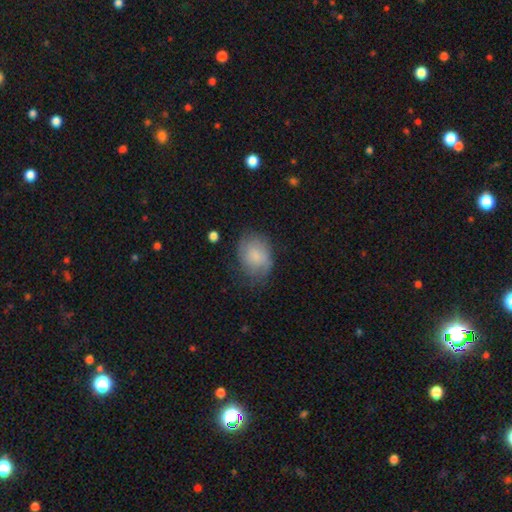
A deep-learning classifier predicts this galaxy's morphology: smooth_or_featured: smooth (p=0.73) [alt: featured or disk p=0.19]
how_rounded: in between (p=0.57) [alt: round p=0.42]
merging: none (p=0.58) [alt: minor disturbance p=0.29]